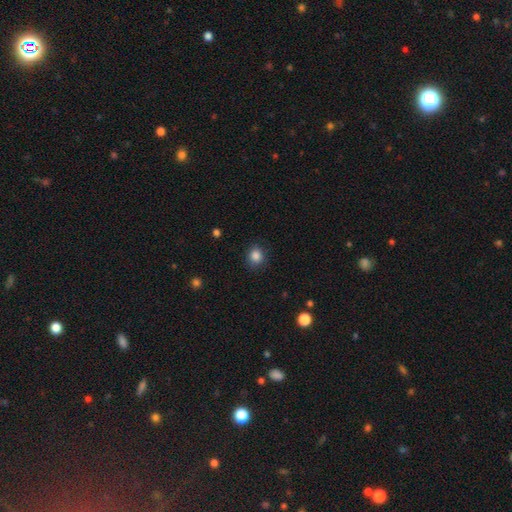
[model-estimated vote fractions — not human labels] Smooth or featured? Predicted: smooth (p=0.86). How rounded? Predicted: round (p=0.78). Merging? Predicted: none (p=0.85).